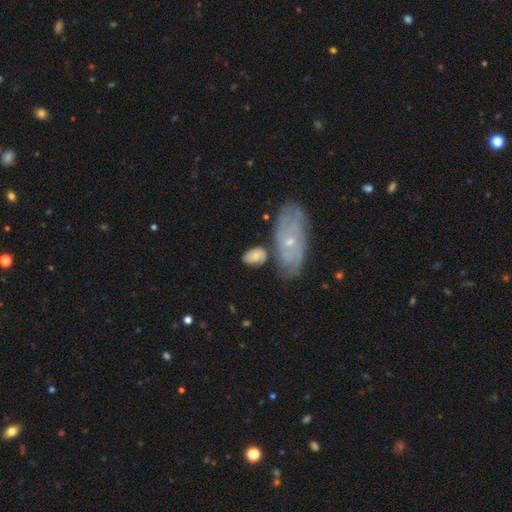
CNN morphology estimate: smooth_or_featured: smooth (p=0.58) [alt: featured or disk p=0.34]
how_rounded: in between (p=0.84) [alt: round p=0.14]
merging: none (p=0.53) [alt: minor disturbance p=0.20]